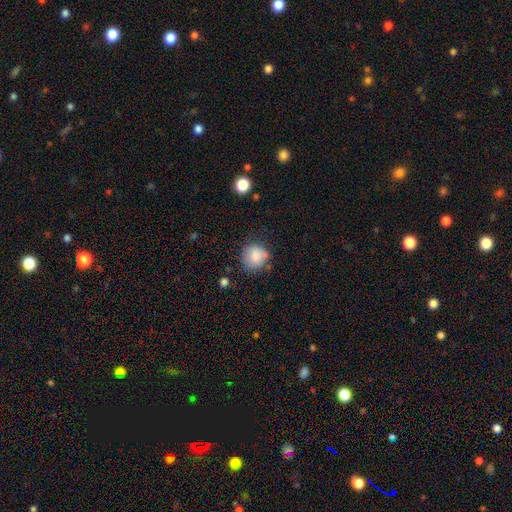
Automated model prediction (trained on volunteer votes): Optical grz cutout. It shows a smooth galaxy with no disk features (84%) that is round (84%). Merging: none (68%).